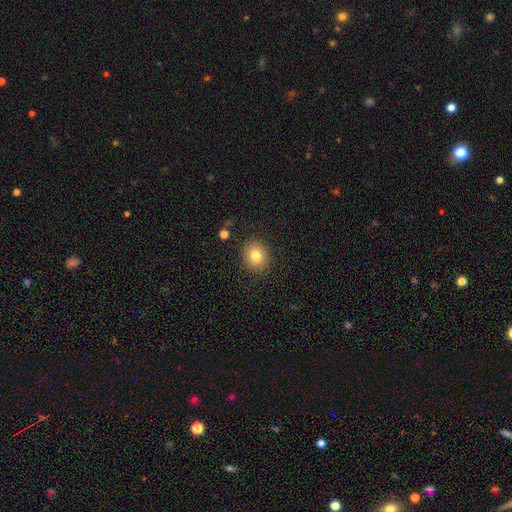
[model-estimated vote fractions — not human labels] A smooth galaxy with no disk features (81%) that is round (75%).

Vote fractions:
- Smooth or featured? smooth: 81% / star or artifact: 10% / featured or disk: 9%
- How rounded? round: 75% / in between: 24% / cigar-shaped: 1%
- Merging? none: 88% / minor disturbance: 8% / major disturbance: 3% / merger: 2%